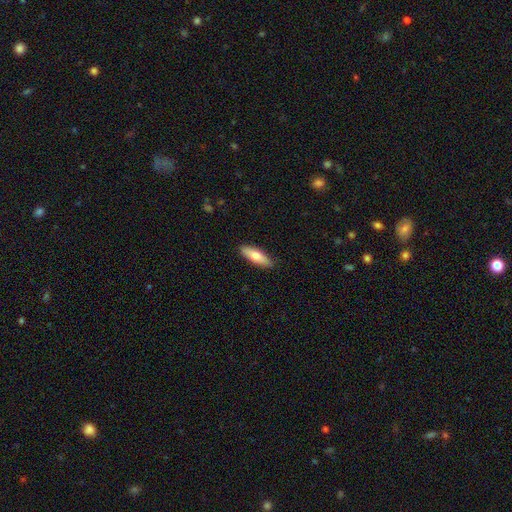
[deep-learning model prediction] smooth-or-featured: smooth: 76% | featured or disk: 18% | star or artifact: 6%
  how-rounded: cigar-shaped: 51% | in between: 48% | round: 2%
  merging: none: 87% | minor disturbance: 10% | major disturbance: 2% | merger: 1%